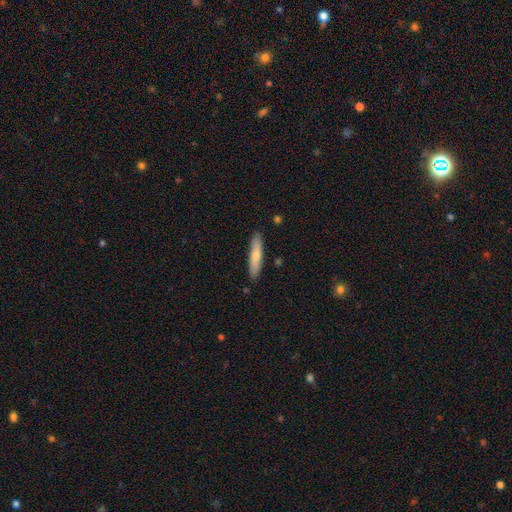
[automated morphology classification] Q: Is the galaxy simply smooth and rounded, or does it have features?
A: smooth — 69%.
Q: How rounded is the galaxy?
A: cigar-shaped — 84%.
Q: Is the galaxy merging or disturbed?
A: none — 87%.